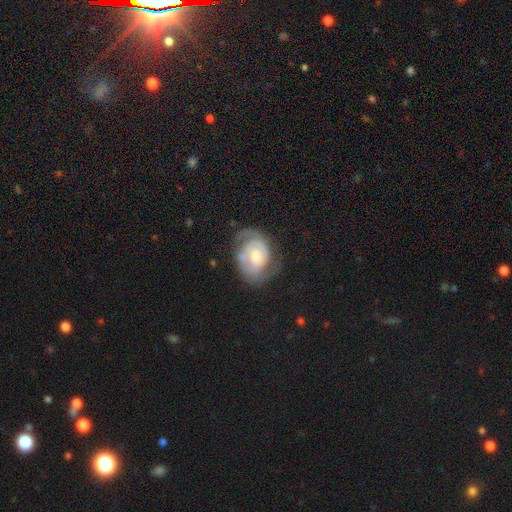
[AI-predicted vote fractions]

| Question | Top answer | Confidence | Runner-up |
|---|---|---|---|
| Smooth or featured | featured or disk | 77% | smooth (17%) |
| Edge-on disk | no | 97% | yes (3%) |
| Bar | no | 63% | weak (31%) |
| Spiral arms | yes | 88% | no (12%) |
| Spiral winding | tight | 47% | medium (39%) |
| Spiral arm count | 2 | 69% | can't tell (15%) |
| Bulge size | moderate | 58% | small (31%) |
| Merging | none | 58% | minor disturbance (24%) |